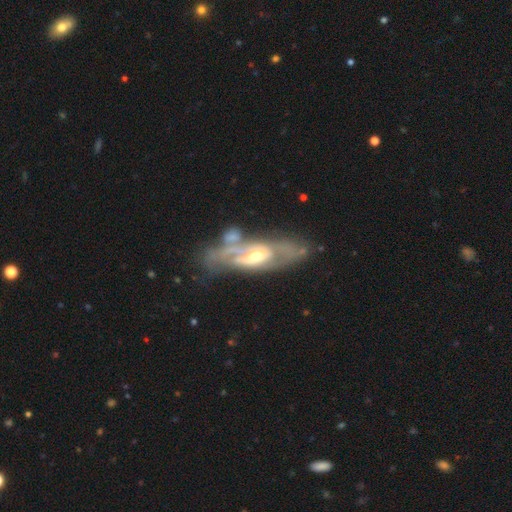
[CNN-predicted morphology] Q: Smooth or featured?
A: featured or disk (80%); runner-up: smooth (14%)
Q: Edge-on disk?
A: no (80%); runner-up: yes (20%)
Q: Bar?
A: no (52%); runner-up: weak (32%)
Q: Spiral arms?
A: yes (69%); runner-up: no (31%)
Q: Bulge size?
A: moderate (59%); runner-up: small (34%)
Q: Merging?
A: none (47%); runner-up: minor disturbance (19%)